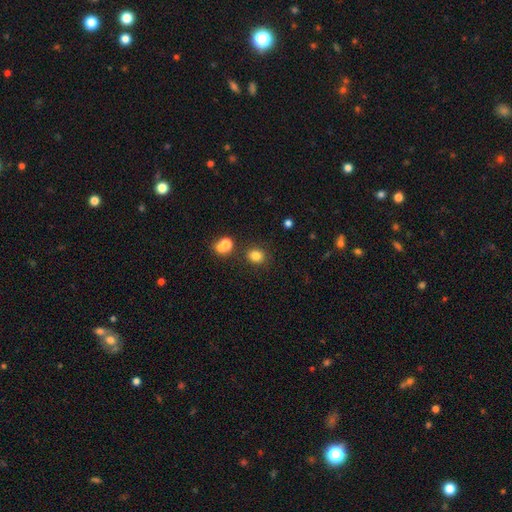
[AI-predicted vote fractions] Q: Smooth or featured?
A: smooth (81%); runner-up: star or artifact (13%)
Q: How rounded?
A: round (69%); runner-up: in between (30%)
Q: Merging?
A: none (81%); runner-up: minor disturbance (10%)